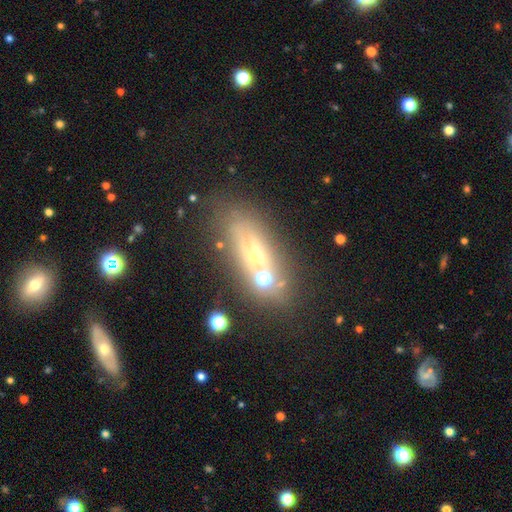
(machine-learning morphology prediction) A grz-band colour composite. It shows a featured or disk galaxy (48%). Merging: none (55%).